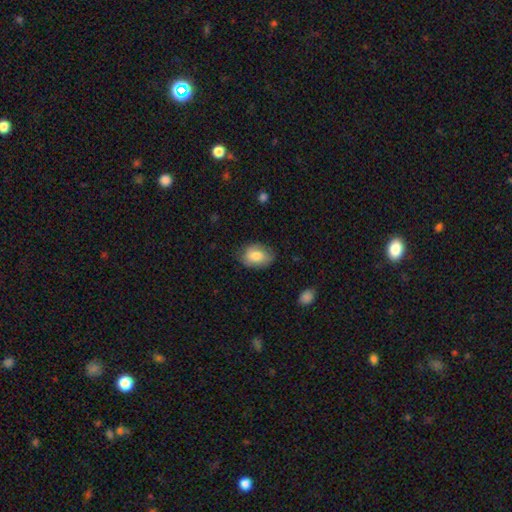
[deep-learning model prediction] Morphology: type=smooth (78%); roundness=in between (76%); merging=none (71%).